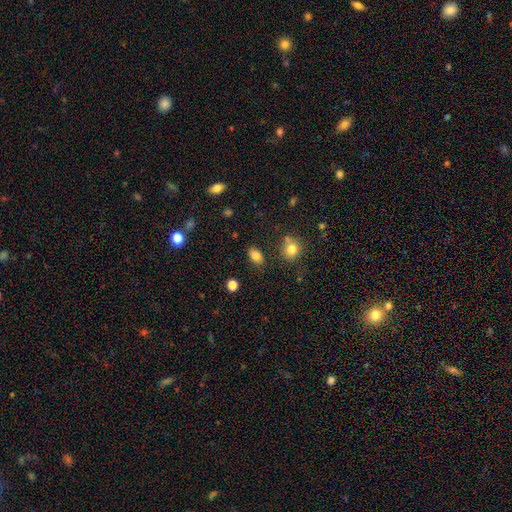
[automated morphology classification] Q: Smooth or featured?
A: smooth (83%); runner-up: star or artifact (10%)
Q: How rounded?
A: in between (88%); runner-up: round (10%)
Q: Merging?
A: none (82%); runner-up: minor disturbance (11%)